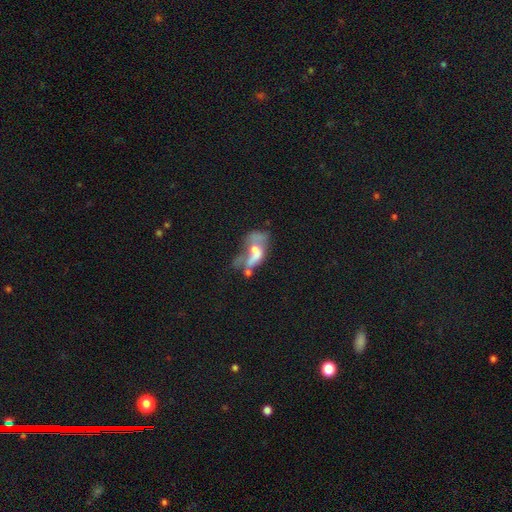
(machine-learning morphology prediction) Q: Smooth or featured?
A: featured or disk (54%); runner-up: smooth (32%)
Q: Edge-on disk?
A: no (92%); runner-up: yes (8%)
Q: Merging?
A: merger (40%); runner-up: major disturbance (31%)